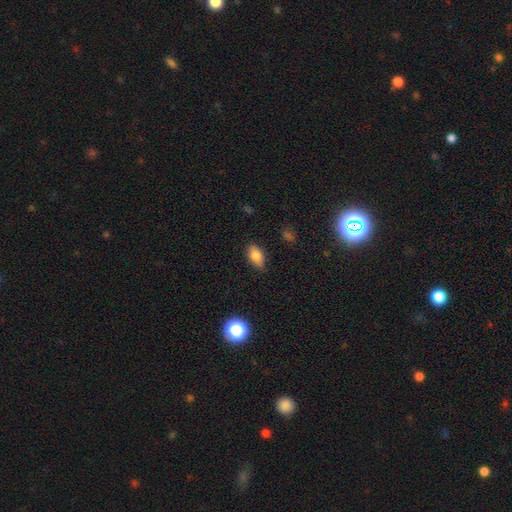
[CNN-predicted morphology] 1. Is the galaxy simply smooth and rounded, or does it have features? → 81% smooth, 10% featured or disk, 9% star or artifact.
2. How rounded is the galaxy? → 89% in between, 7% round, 4% cigar-shaped.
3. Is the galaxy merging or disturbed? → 81% none, 15% minor disturbance, 3% major disturbance, 1% merger.